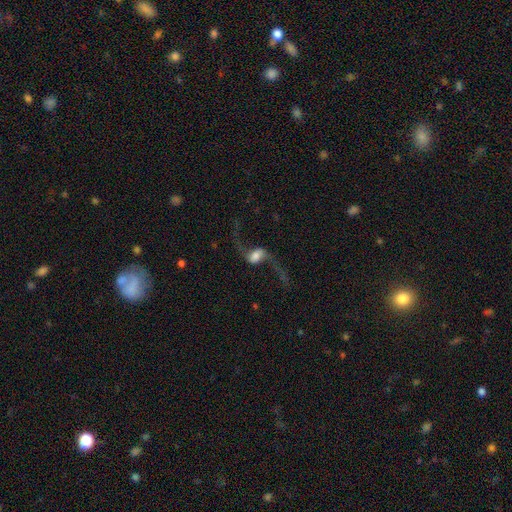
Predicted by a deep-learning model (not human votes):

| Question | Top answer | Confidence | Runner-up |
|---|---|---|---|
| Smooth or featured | featured or disk | 82% | smooth (11%) |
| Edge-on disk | no | 94% | yes (6%) |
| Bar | weak | 41% | no (35%) |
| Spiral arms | yes | 95% | no (5%) |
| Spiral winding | loose | 95% | medium (4%) |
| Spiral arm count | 2 | 94% | 1 (2%) |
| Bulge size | large | 33% | moderate (30%) |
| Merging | none | 61% | major disturbance (23%) |